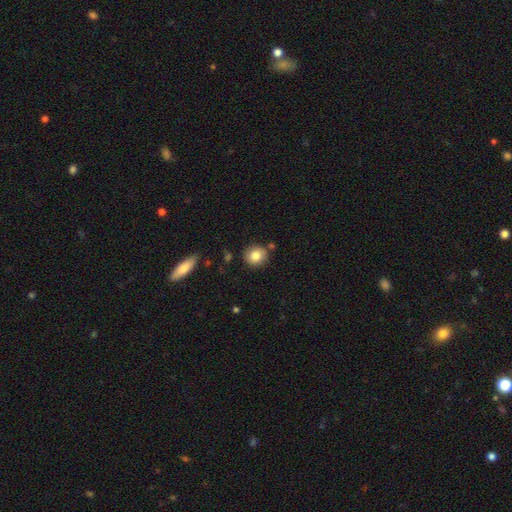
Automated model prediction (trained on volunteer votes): The model was most divided on "how rounded": round: 85%, in between: 14%, cigar-shaped: 1%. More confident: merging — none (82%); smooth or featured — smooth (82%).